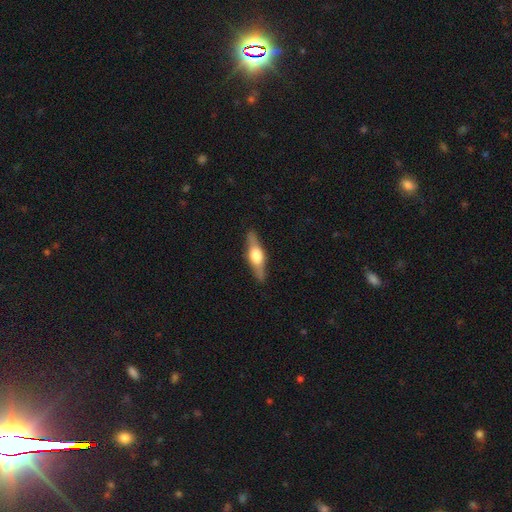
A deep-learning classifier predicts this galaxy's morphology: Overall: featured or disk (62%; smooth 33%). Edge-on disk: yes (94%). Edge-on bulge: rounded (92%). Merging: none (88%).